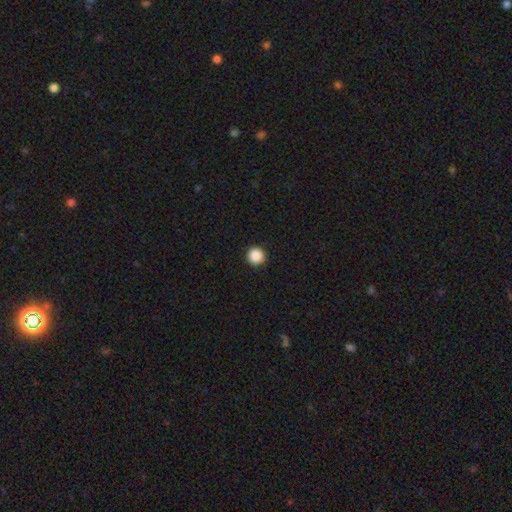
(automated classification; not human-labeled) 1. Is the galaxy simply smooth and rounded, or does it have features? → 88% smooth, 9% star or artifact, 2% featured or disk.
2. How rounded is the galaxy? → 96% round, 3% in between, 1% cigar-shaped.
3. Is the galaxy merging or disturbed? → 93% none, 5% minor disturbance, 2% major disturbance, 1% merger.